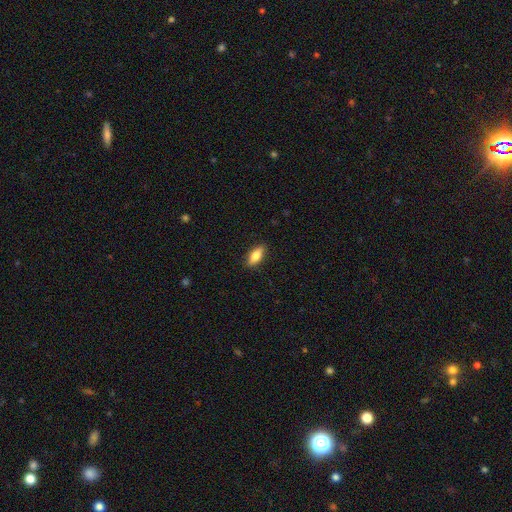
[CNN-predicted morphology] smooth 78%, featured or disk 16%, star or artifact 6%. Down the decision tree: how rounded — in between (76%); merging — none (88%).